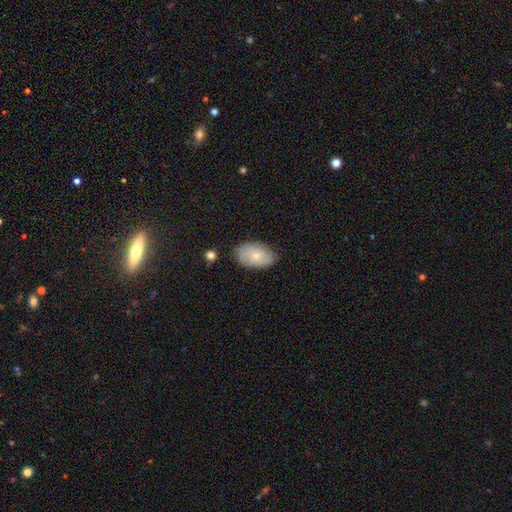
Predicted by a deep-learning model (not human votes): This appears to be a smooth galaxy with no disk features (67%) that is in between round and cigar-shaped (90%). Merging: none (76%).